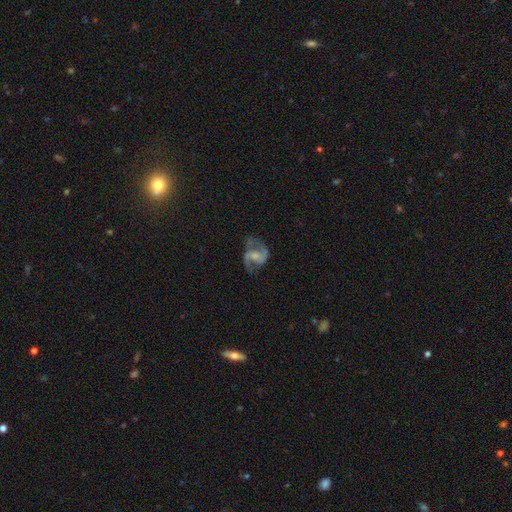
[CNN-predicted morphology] Q: Smooth or featured?
A: featured or disk (82%); runner-up: smooth (11%)
Q: Edge-on disk?
A: no (98%); runner-up: yes (2%)
Q: Bar?
A: no (48%); runner-up: weak (42%)
Q: Spiral arms?
A: yes (94%); runner-up: no (6%)
Q: Spiral winding?
A: medium (52%); runner-up: loose (35%)
Q: Spiral arm count?
A: 2 (90%); runner-up: can't tell (4%)
Q: Bulge size?
A: moderate (32%); runner-up: small (28%)
Q: Merging?
A: none (63%); runner-up: minor disturbance (19%)